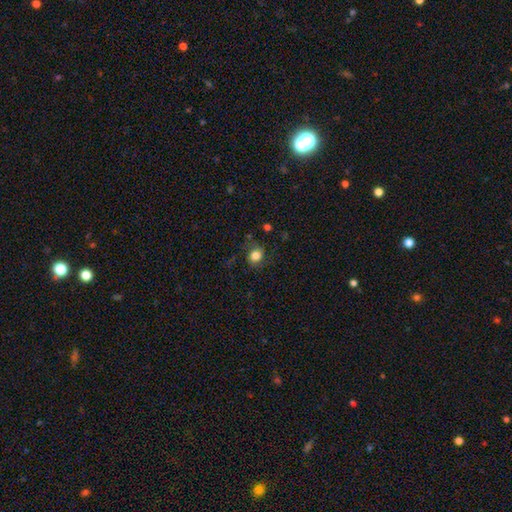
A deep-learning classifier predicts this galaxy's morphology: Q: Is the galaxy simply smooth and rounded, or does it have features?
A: smooth — 81%.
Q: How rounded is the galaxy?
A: round — 70%.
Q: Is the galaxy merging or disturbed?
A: none — 73%.